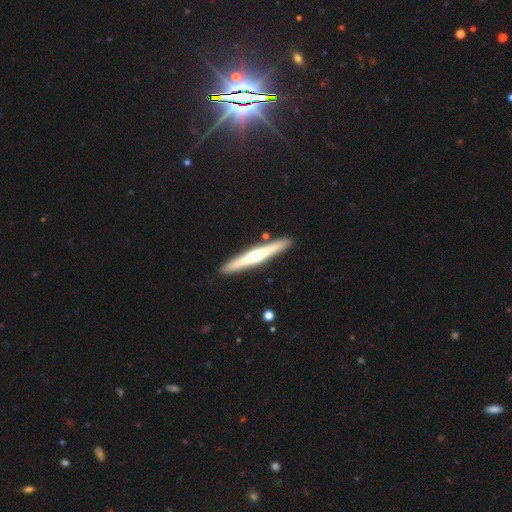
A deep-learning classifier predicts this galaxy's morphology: This appears to be a featured or disk galaxy (62%) viewed edge-on (97%) with a rounded central bulge (80%). Merging: none (90%).